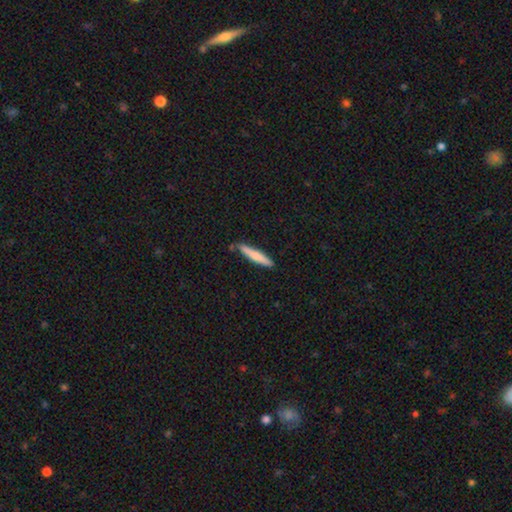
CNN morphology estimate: smooth_or_featured: smooth (p=0.67) [alt: featured or disk p=0.27]
how_rounded: cigar-shaped (p=0.92) [alt: in between p=0.06]
merging: none (p=0.84) [alt: minor disturbance p=0.11]